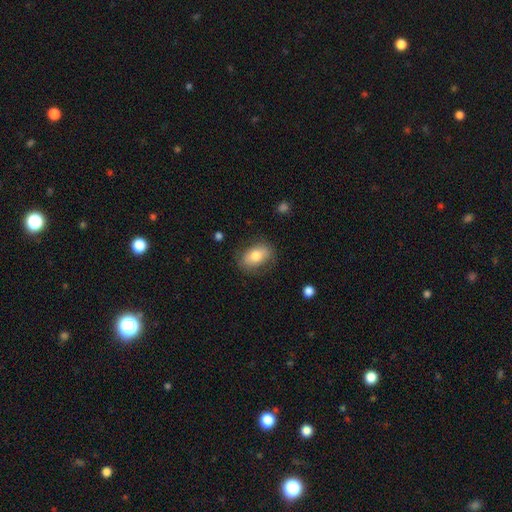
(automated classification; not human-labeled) Q: Smooth or featured?
A: smooth (74%); runner-up: featured or disk (19%)
Q: How rounded?
A: in between (84%); runner-up: round (14%)
Q: Merging?
A: none (78%); runner-up: minor disturbance (16%)